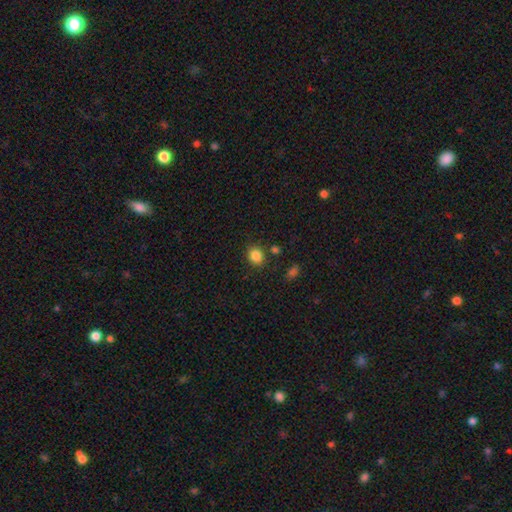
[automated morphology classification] Smooth or featured: smooth — 85% (star or artifact — 10%)
How rounded: round — 71% (in between — 28%)
Merging: none — 82% (minor disturbance — 10%)